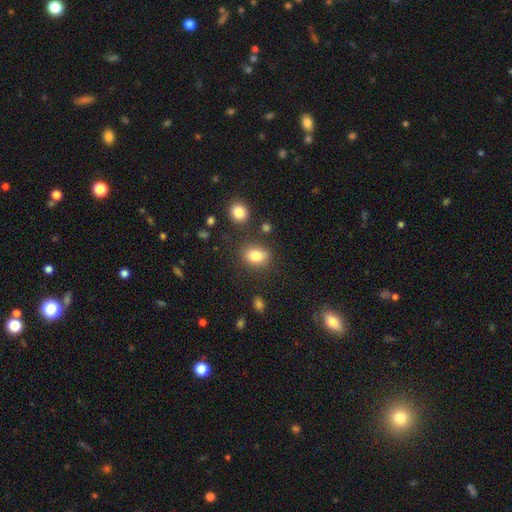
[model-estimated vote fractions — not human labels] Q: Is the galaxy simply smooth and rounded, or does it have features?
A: smooth — 83%.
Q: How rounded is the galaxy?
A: in between — 64%.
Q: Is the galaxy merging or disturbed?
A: none — 77%.